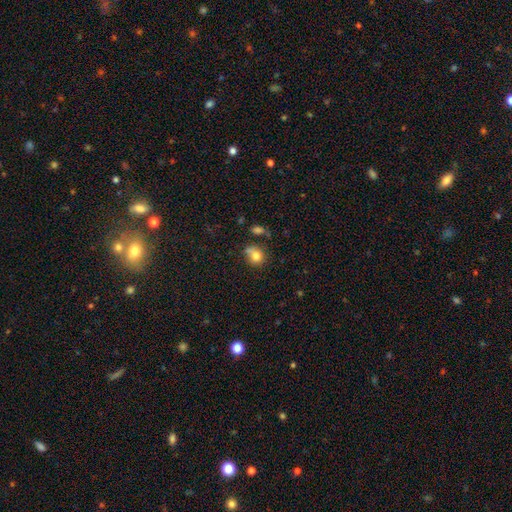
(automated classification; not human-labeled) This is likely a smooth galaxy (79%). How rounded: likely round (70%). Merging: possibly none (50%).